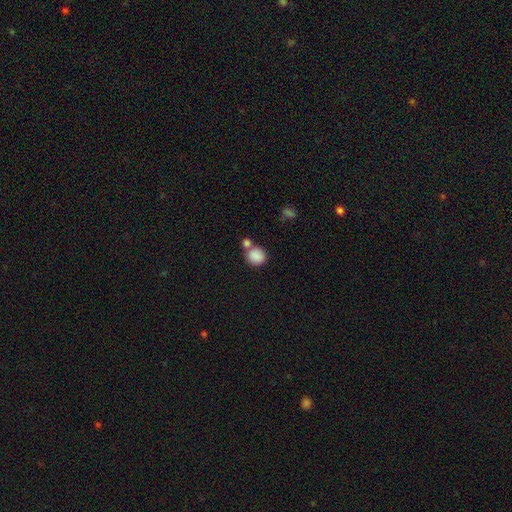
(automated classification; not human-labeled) smooth_or_featured: smooth (p=0.86) [alt: star or artifact p=0.08]
how_rounded: round (p=0.74) [alt: in between p=0.25]
merging: none (p=0.50) [alt: merger p=0.34]